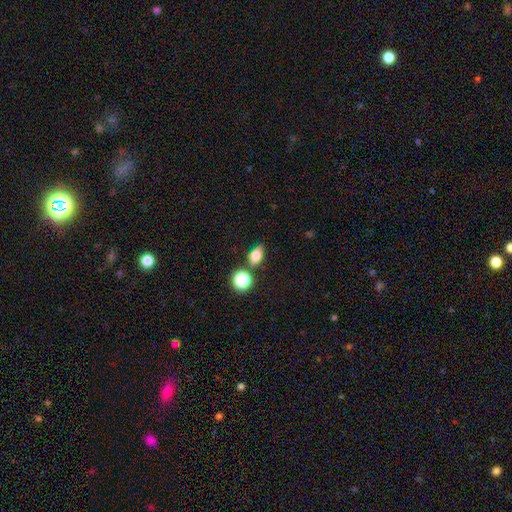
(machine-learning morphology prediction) smooth_or_featured: smooth (p=0.77) [alt: star or artifact p=0.12]
how_rounded: in between (p=0.75) [alt: round p=0.22]
merging: none (p=0.68) [alt: minor disturbance p=0.15]